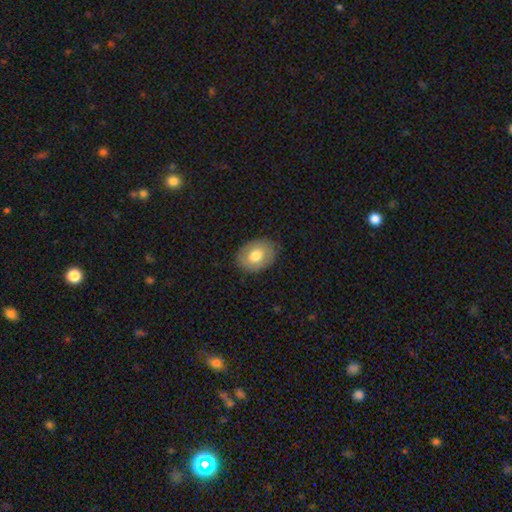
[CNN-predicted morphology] Smooth or featured? Predicted: smooth (p=0.71). How rounded? Predicted: in between (p=0.71). Merging? Predicted: none (p=0.82).